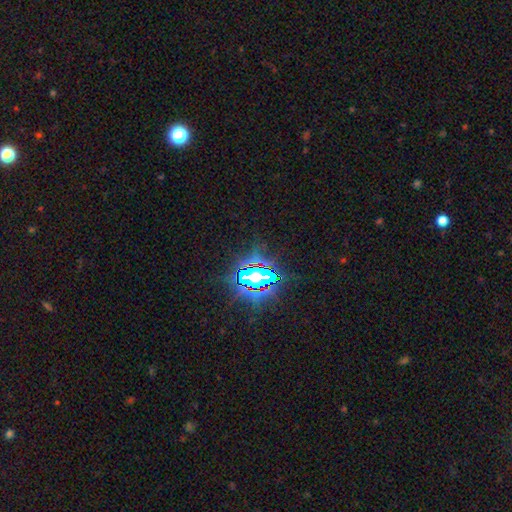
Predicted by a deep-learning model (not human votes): smooth-or-featured: star or artifact: 81% | smooth: 11% | featured or disk: 8%